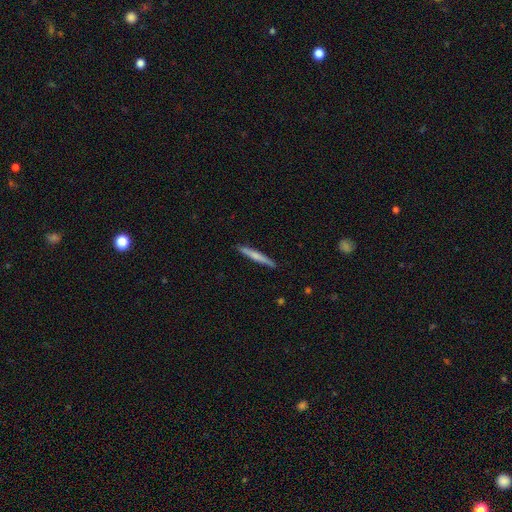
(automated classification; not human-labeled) The model was most divided on "smooth or featured": smooth: 58%, featured or disk: 37%, star or artifact: 6%. More confident: how rounded — cigar-shaped (96%); merging — none (89%).